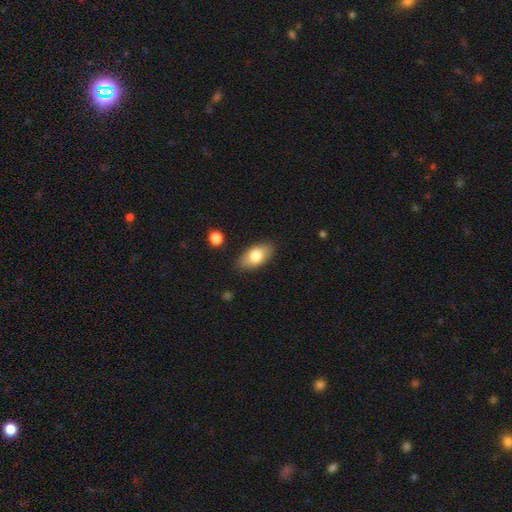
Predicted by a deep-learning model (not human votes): A smooth galaxy with no disk features (78%) that is in between round and cigar-shaped (91%).

Vote fractions:
- Smooth or featured? smooth: 78% / featured or disk: 15% / star or artifact: 7%
- How rounded? in between: 91% / round: 4% / cigar-shaped: 4%
- Merging? none: 84% / minor disturbance: 12% / major disturbance: 3% / merger: 2%